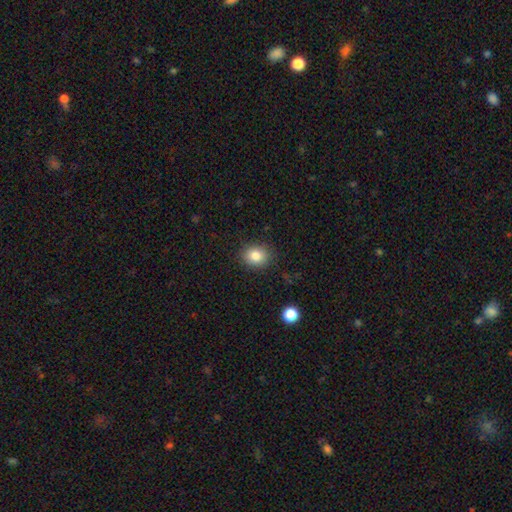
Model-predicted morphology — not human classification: Smooth or featured?
  - smooth: 83% *
  - star or artifact: 10%
  - featured or disk: 7%
How rounded?
  - round: 65% *
  - in between: 34%
  - cigar-shaped: 1%
Merging?
  - none: 88% *
  - minor disturbance: 9%
  - major disturbance: 3%
  - merger: 1%